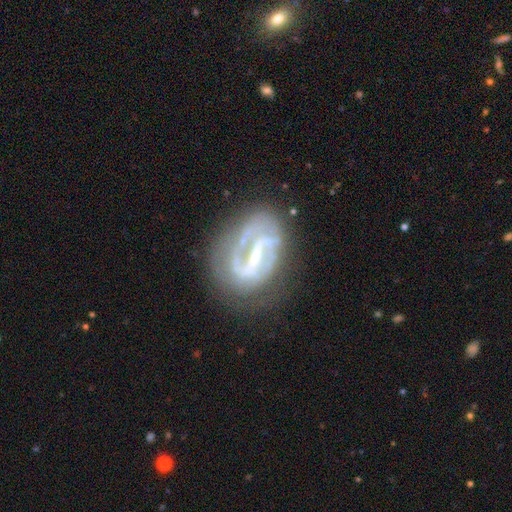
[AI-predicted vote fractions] This is clearly a featured or disk galaxy (82%). It is clearly not viewed edge-on (96%). Bar: likely strong (67%). Spiral arm pattern: likely yes (78%). Spiral arm count: possibly 2 (54%). Spiral winding: marginally tight (44%). Central bulge: marginally small (42%). Merging: likely none (61%).